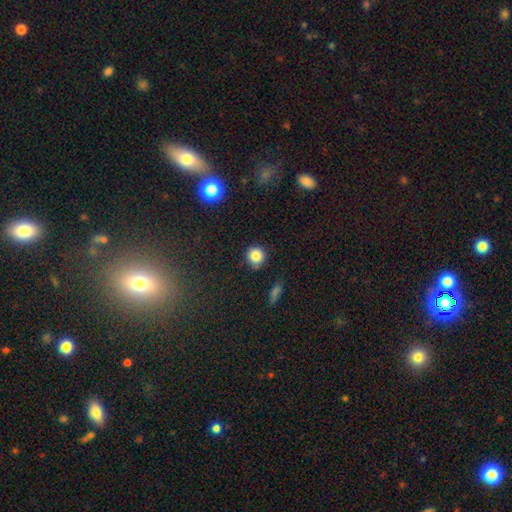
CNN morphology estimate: Smooth or featured?
  - smooth: 83% *
  - star or artifact: 11%
  - featured or disk: 5%
How rounded?
  - round: 91% *
  - in between: 8%
  - cigar-shaped: 1%
Merging?
  - none: 85% *
  - minor disturbance: 10%
  - merger: 3%
  - major disturbance: 3%